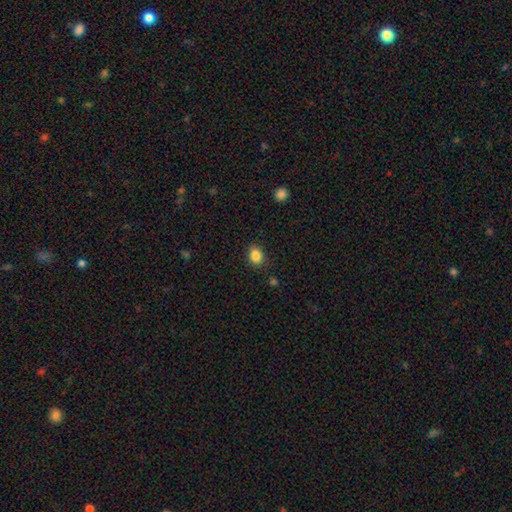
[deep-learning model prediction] Smooth or featured?
  - smooth: 86% *
  - star or artifact: 10%
  - featured or disk: 4%
How rounded?
  - in between: 57% *
  - round: 42%
  - cigar-shaped: 1%
Merging?
  - none: 85% *
  - minor disturbance: 11%
  - major disturbance: 3%
  - merger: 2%